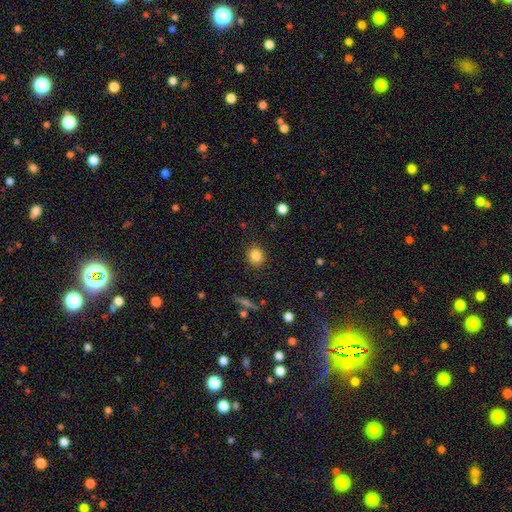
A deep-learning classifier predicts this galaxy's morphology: This appears to be a smooth galaxy with no disk features (84%) that is round (78%). Merging: none (89%).